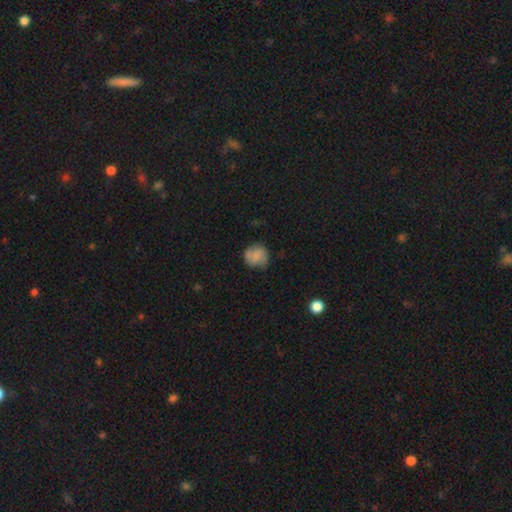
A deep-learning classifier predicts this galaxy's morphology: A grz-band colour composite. It shows a smooth galaxy with no disk features (64%) that is round (86%). Merging: none (67%).